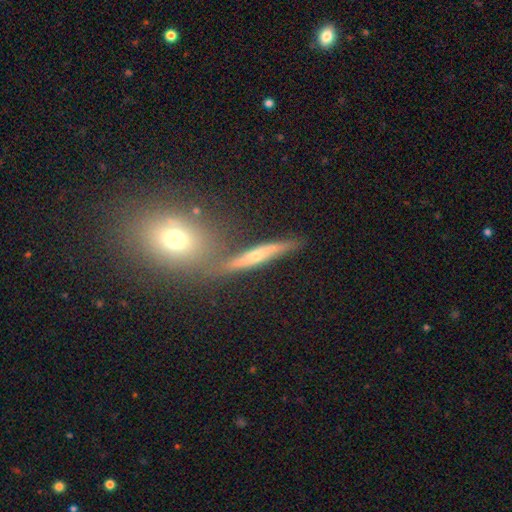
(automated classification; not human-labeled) smooth-or-featured: featured or disk: 58% | smooth: 31% | star or artifact: 12%
  disk-edge-on: yes: 80% | no: 20%
  merging: none: 67% | merger: 14% | minor disturbance: 13% | major disturbance: 5%